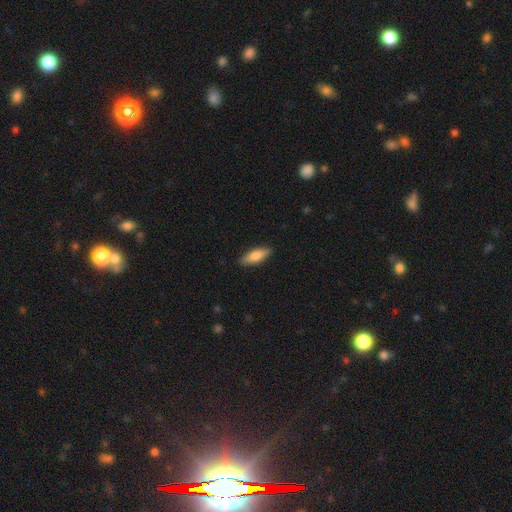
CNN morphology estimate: A smooth galaxy with no disk features (77%) that is in between round and cigar-shaped (62%).

Vote fractions:
- Smooth or featured? smooth: 77% / featured or disk: 18% / star or artifact: 6%
- How rounded? in between: 62% / cigar-shaped: 36% / round: 2%
- Merging? none: 88% / minor disturbance: 10% / major disturbance: 2% / merger: 1%